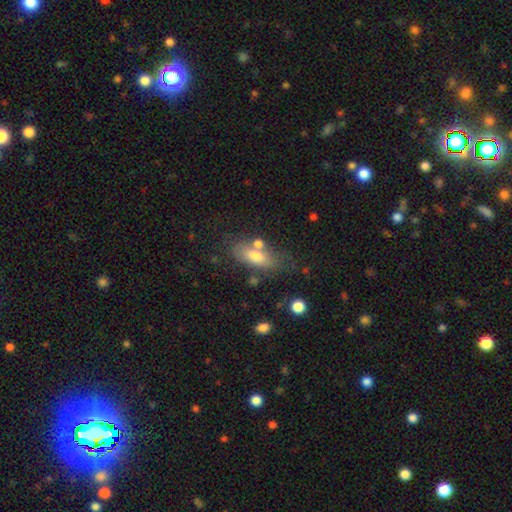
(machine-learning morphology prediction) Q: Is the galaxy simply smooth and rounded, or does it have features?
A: smooth — 69%.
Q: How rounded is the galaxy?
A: in between — 78%.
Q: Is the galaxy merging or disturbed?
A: none — 59%.